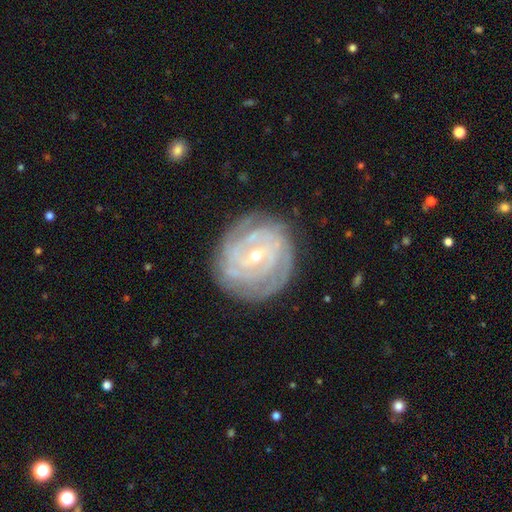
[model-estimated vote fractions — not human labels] This is clearly a featured or disk galaxy (87%). It is clearly not viewed edge-on (97%). Bar: possibly weak (46%). Spiral arm pattern: clearly yes (96%). Spiral arm count: marginally can't tell (30%). Spiral winding: clearly tight (80%). Central bulge: likely small (67%). Merging: clearly none (80%).